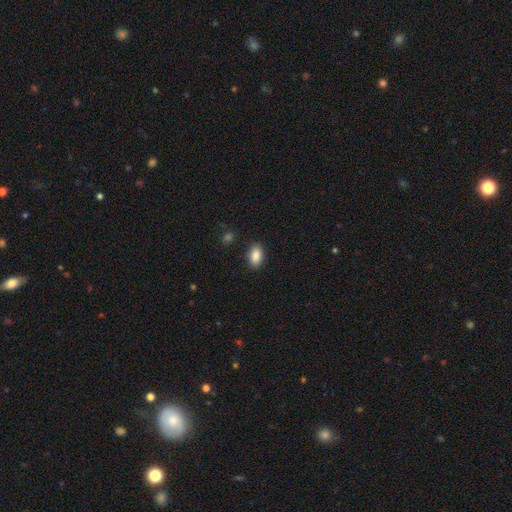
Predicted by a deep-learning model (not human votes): The model was most divided on "merging": none: 87%, minor disturbance: 9%, major disturbance: 2%, merger: 1%. More confident: how rounded — in between (91%); smooth or featured — smooth (88%).